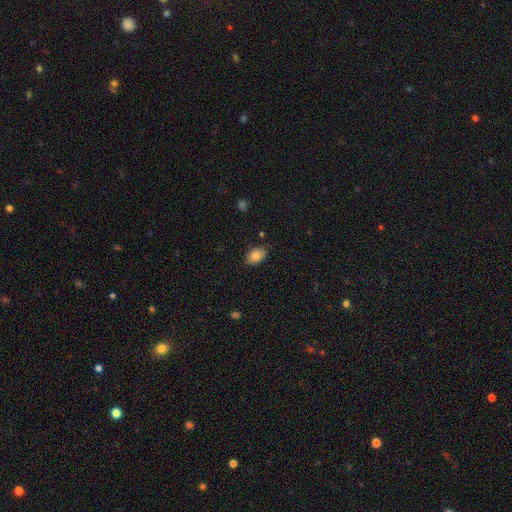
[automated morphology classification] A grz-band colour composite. It shows a smooth galaxy with no disk features (84%) that is in between round and cigar-shaped (85%). Merging: none (79%).